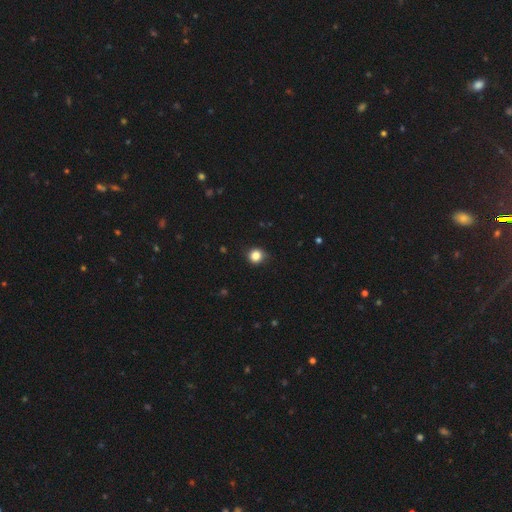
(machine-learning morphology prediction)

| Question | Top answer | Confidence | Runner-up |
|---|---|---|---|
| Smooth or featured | smooth | 84% | star or artifact (11%) |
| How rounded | round | 86% | in between (13%) |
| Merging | none | 81% | minor disturbance (15%) |